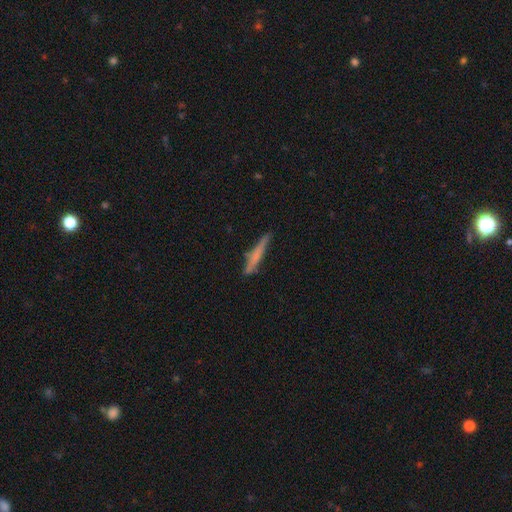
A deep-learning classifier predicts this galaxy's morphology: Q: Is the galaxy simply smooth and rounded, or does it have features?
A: smooth — 60%.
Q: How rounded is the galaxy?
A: cigar-shaped — 94%.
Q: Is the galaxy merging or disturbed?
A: none — 74%.